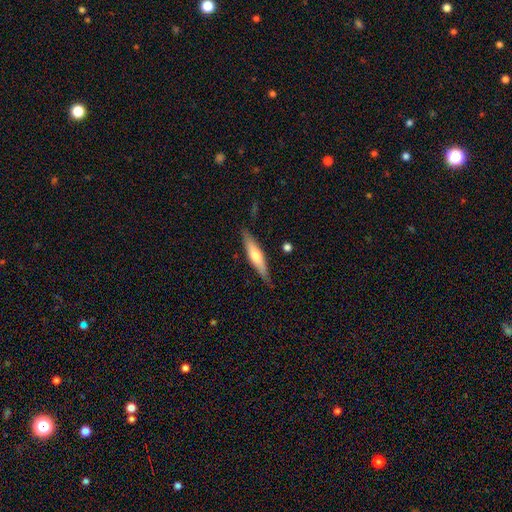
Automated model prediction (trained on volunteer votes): smooth-or-featured: smooth: 49% | featured or disk: 45% | star or artifact: 5%
  merging: none: 81% | minor disturbance: 15% | major disturbance: 3% | merger: 2%